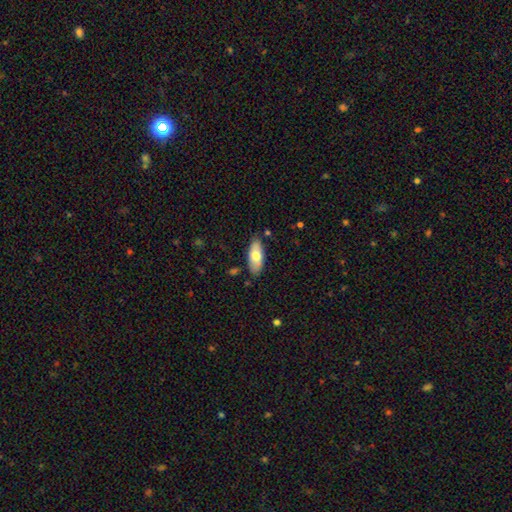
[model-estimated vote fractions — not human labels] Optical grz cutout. It shows a smooth galaxy with no disk features (71%) that is in between round and cigar-shaped (84%). Merging: none (82%).